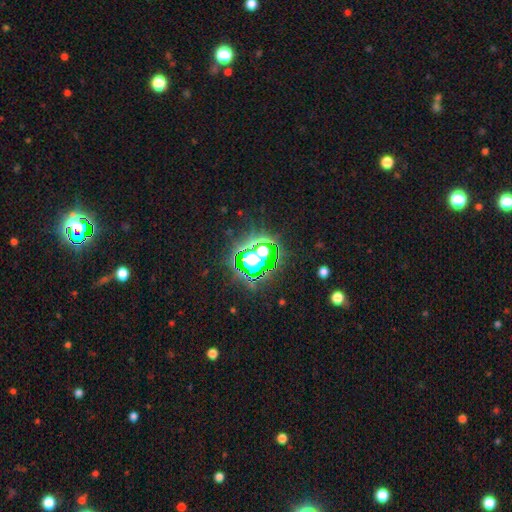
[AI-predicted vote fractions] Morphology: type=star or artifact (77%).